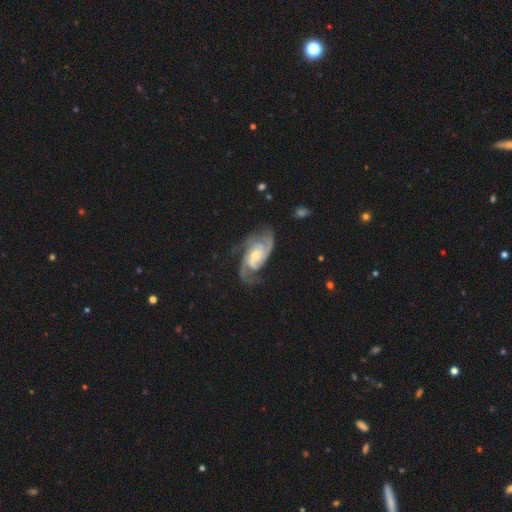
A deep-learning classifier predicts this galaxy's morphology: Smooth or featured: featured or disk — 92% (smooth — 4%)
Edge-on disk: no — 97% (yes — 3%)
Bar: no — 53% (weak — 36%)
Spiral arms: yes — 98% (no — 2%)
Spiral winding: medium — 46% (tight — 45%)
Spiral arm count: 2 — 41% (3 — 37%)
Bulge size: moderate — 48% (small — 39%)
Merging: none — 69% (minor disturbance — 18%)